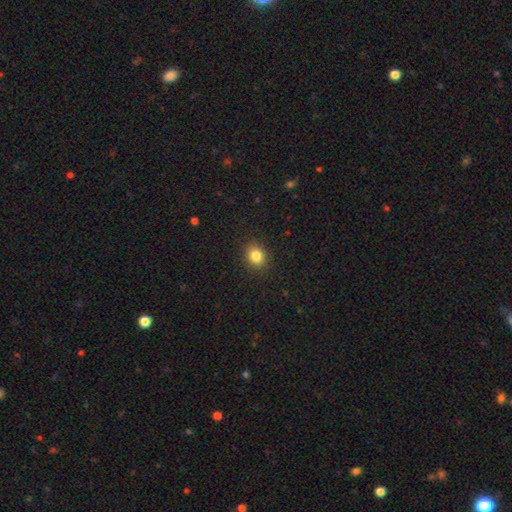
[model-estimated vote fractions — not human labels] This appears to be a smooth galaxy with no disk features (84%) that is round (59%). Merging: none (89%).